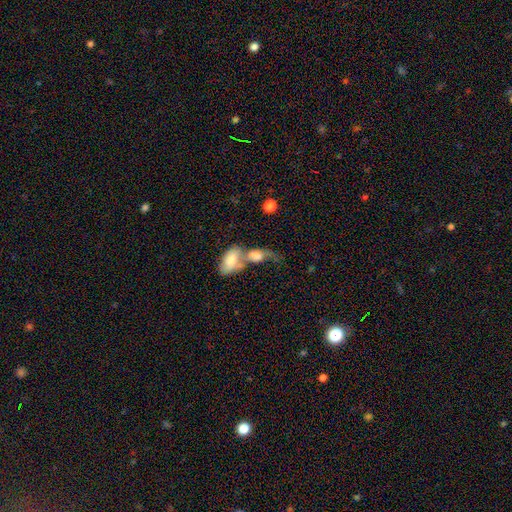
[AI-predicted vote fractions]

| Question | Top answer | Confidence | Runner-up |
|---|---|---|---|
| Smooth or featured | smooth | 62% | featured or disk (30%) |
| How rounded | in between | 84% | round (11%) |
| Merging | merger | 69% | none (12%) |